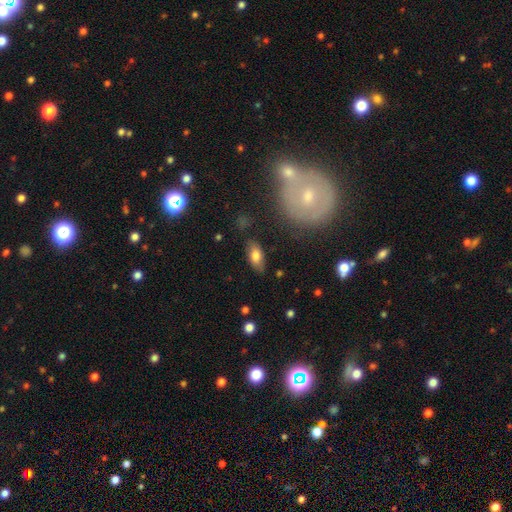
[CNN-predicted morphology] This appears to be a smooth galaxy with no disk features (75%) that is in between round and cigar-shaped (88%). Merging: none (80%).